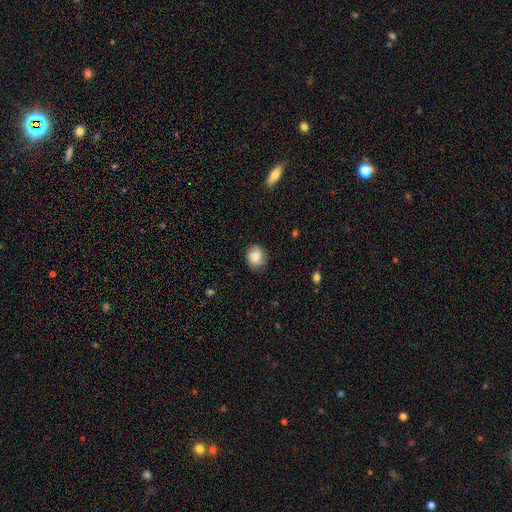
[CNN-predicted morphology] Smooth or featured?
  - smooth: 77% *
  - featured or disk: 15%
  - star or artifact: 8%
How rounded?
  - round: 71% *
  - in between: 28%
  - cigar-shaped: 1%
Merging?
  - none: 79% *
  - minor disturbance: 16%
  - major disturbance: 4%
  - merger: 1%